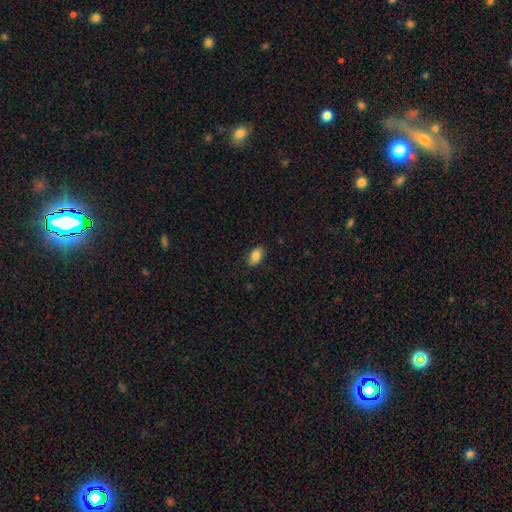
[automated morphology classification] smooth 84%, featured or disk 9%, star or artifact 8%. Down the decision tree: how rounded — in between (90%); merging — none (82%).